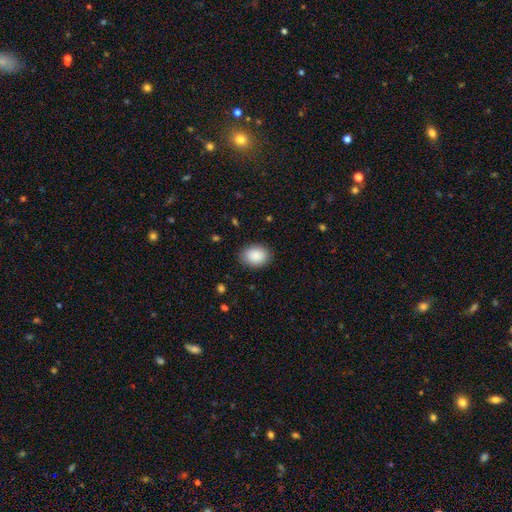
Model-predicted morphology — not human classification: smooth_or_featured: smooth (p=0.89) [alt: star or artifact p=0.07]
how_rounded: in between (p=0.67) [alt: round p=0.32]
merging: none (p=0.86) [alt: minor disturbance p=0.10]